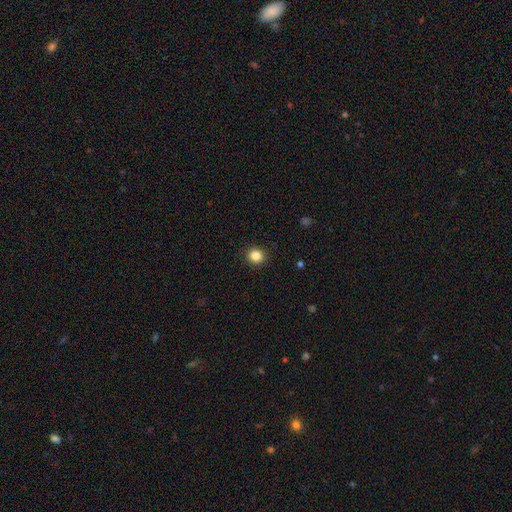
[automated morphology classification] A smooth galaxy with no disk features (85%) that is round (88%).

Vote fractions:
- Smooth or featured? smooth: 85% / star or artifact: 11% / featured or disk: 4%
- How rounded? round: 88% / in between: 12% / cigar-shaped: 1%
- Merging? none: 91% / minor disturbance: 6% / major disturbance: 2% / merger: 1%